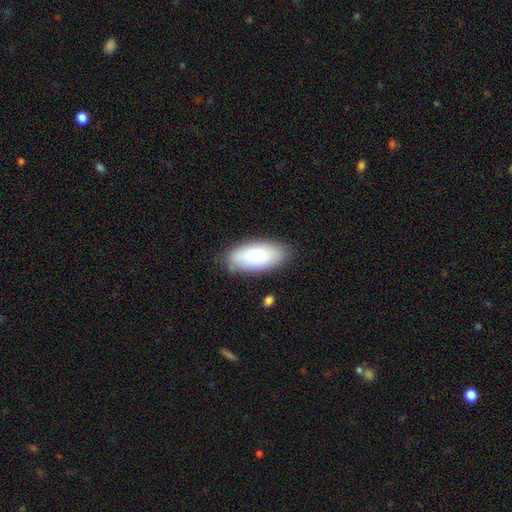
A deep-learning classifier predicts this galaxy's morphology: smooth 82%, featured or disk 11%, star or artifact 6%. Down the decision tree: how rounded — in between (91%); merging — none (81%).